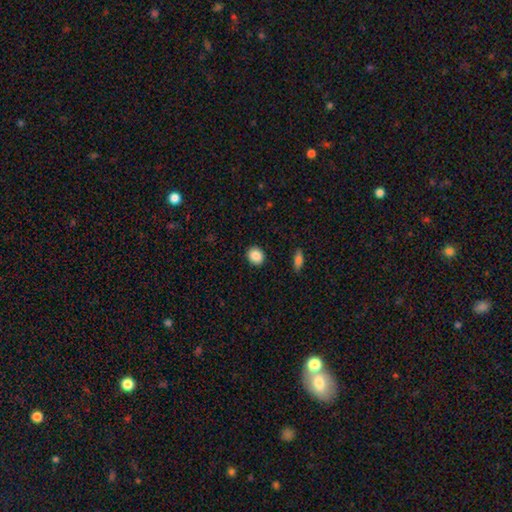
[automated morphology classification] smooth_or_featured: smooth (p=0.88) [alt: star or artifact p=0.08]
how_rounded: round (p=0.69) [alt: in between p=0.29]
merging: none (p=0.90) [alt: minor disturbance p=0.07]